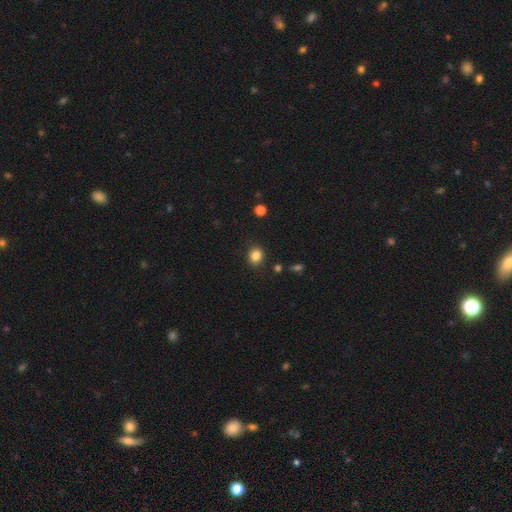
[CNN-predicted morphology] A smooth galaxy with no disk features (84%) that is round (70%).

Vote fractions:
- Smooth or featured? smooth: 84% / star or artifact: 11% / featured or disk: 4%
- How rounded? round: 70% / in between: 29% / cigar-shaped: 1%
- Merging? none: 87% / minor disturbance: 9% / major disturbance: 3% / merger: 2%